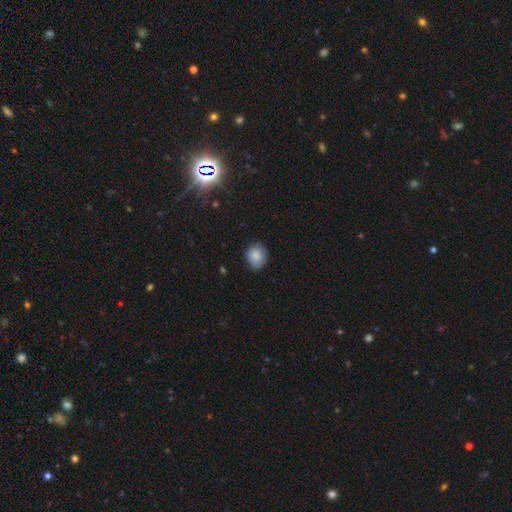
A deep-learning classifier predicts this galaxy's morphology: smooth_or_featured: smooth (p=0.87) [alt: star or artifact p=0.08]
how_rounded: round (p=0.66) [alt: in between p=0.33]
merging: none (p=0.80) [alt: minor disturbance p=0.17]